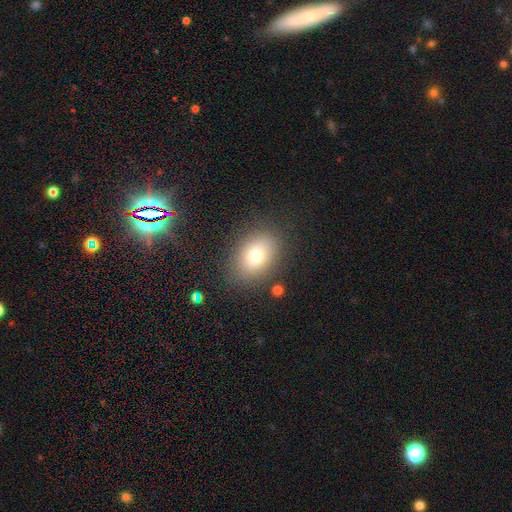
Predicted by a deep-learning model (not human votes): smooth 76%, featured or disk 13%, star or artifact 11%. Down the decision tree: how rounded — in between (73%); merging — none (81%).